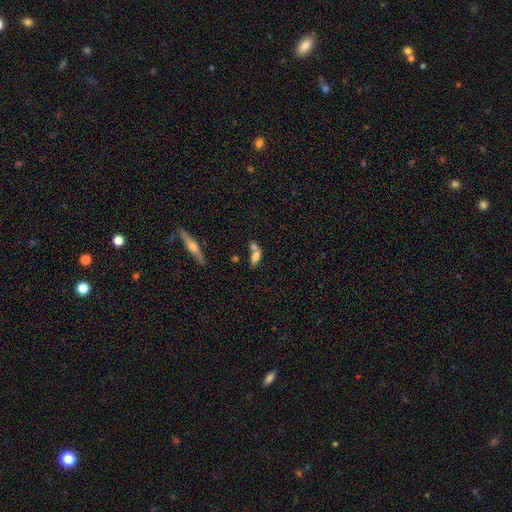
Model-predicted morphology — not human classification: Overall: smooth (71%). How rounded: in between (75%). Merging: merger (51%; none 29%).